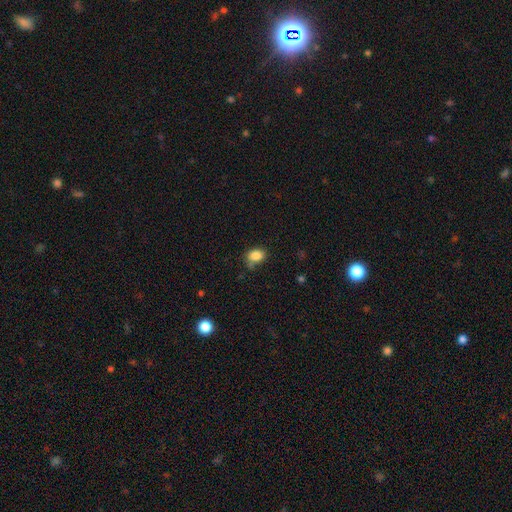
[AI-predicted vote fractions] This appears to be a smooth galaxy with no disk features (85%) that is in between round and cigar-shaped (69%). Merging: none (64%).